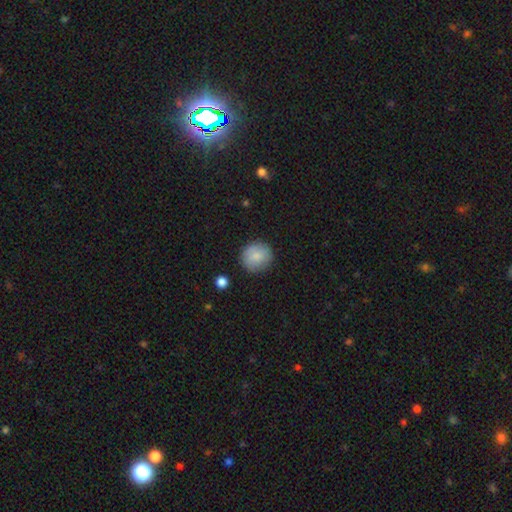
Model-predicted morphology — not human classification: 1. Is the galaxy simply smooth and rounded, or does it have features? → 84% smooth, 9% featured or disk, 7% star or artifact.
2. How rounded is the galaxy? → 89% round, 10% in between, 1% cigar-shaped.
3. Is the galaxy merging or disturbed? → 86% none, 10% minor disturbance, 2% major disturbance, 2% merger.